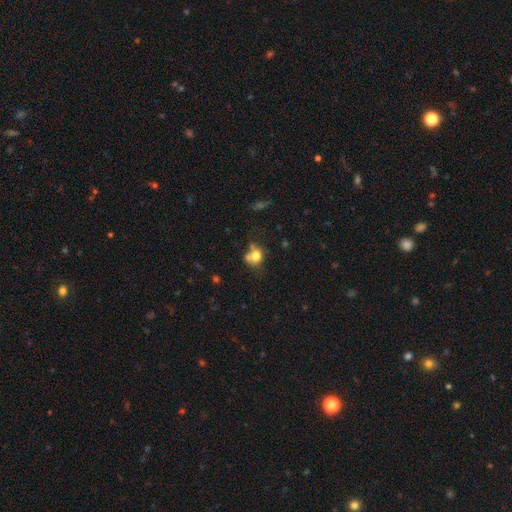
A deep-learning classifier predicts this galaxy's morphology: This is likely a smooth galaxy (71%). How rounded: likely round (69%). Merging: marginally none (40%).